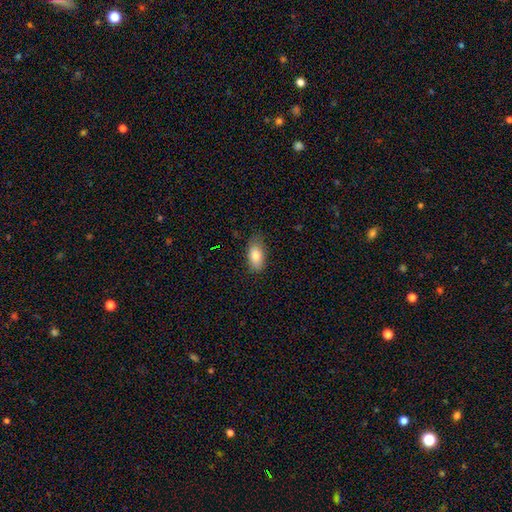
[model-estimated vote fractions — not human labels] Smooth or featured?
  - smooth: 80% *
  - featured or disk: 12%
  - star or artifact: 7%
How rounded?
  - in between: 91% *
  - cigar-shaped: 5%
  - round: 4%
Merging?
  - none: 74% *
  - minor disturbance: 21%
  - major disturbance: 4%
  - merger: 1%